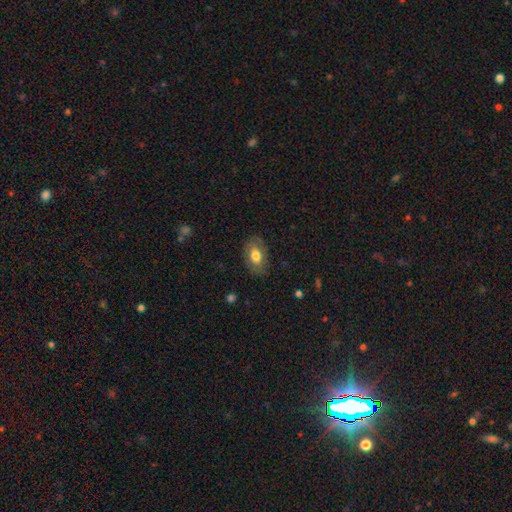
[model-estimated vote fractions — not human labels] Overall: smooth (72%). How rounded: in between (88%). Merging: none (82%).